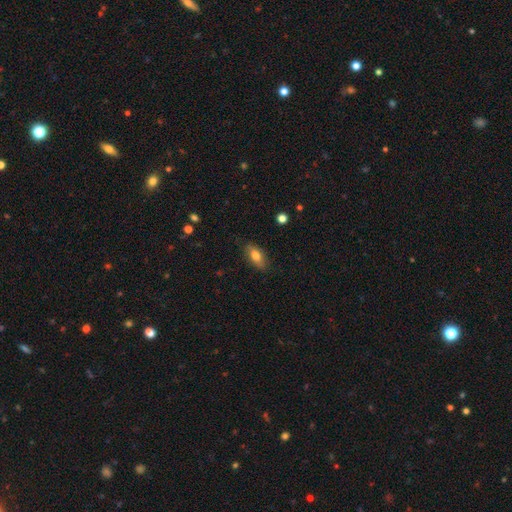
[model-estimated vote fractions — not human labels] Morphology: type=smooth (77%); roundness=in between (85%); merging=none (84%).